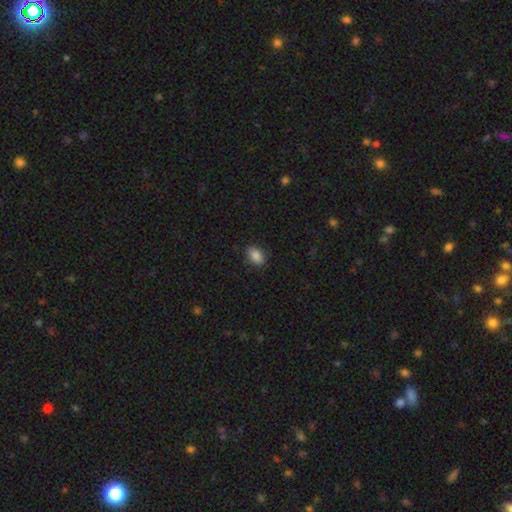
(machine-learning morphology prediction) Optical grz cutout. It shows a smooth galaxy with no disk features (88%) that is in between round and cigar-shaped (84%). Merging: none (87%).